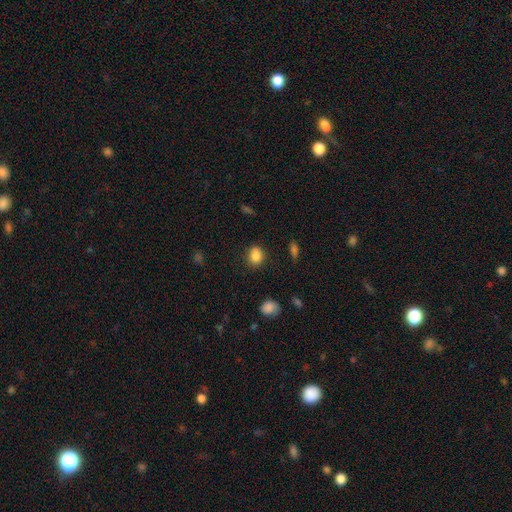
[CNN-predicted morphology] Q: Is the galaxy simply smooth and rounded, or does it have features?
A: smooth — 85%.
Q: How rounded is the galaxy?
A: in between — 51%.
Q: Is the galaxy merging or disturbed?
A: none — 81%.